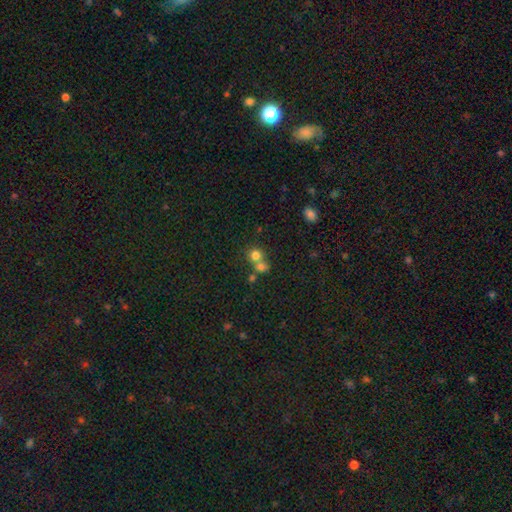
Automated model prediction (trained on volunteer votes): A smooth galaxy with no disk features (77%) that is round (85%).

Vote fractions:
- Smooth or featured? smooth: 77% / star or artifact: 14% / featured or disk: 9%
- How rounded? round: 85% / in between: 14% / cigar-shaped: 1%
- Merging? merger: 47% / none: 44% / minor disturbance: 6% / major disturbance: 3%